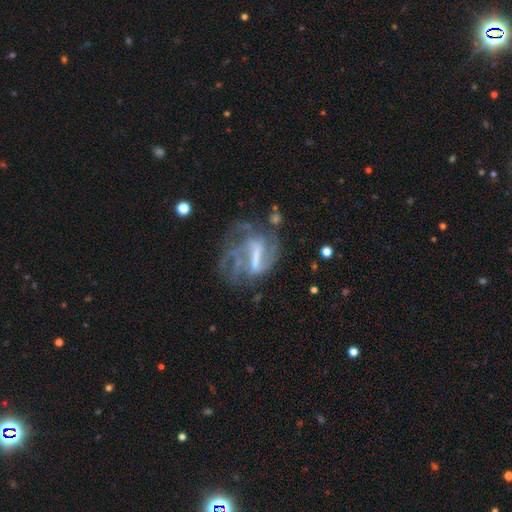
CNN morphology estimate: Q: Smooth or featured?
A: featured or disk (78%); runner-up: smooth (11%)
Q: Edge-on disk?
A: no (95%); runner-up: yes (5%)
Q: Bar?
A: strong (53%); runner-up: weak (33%)
Q: Spiral arms?
A: yes (77%); runner-up: no (23%)
Q: Spiral winding?
A: medium (41%); runner-up: loose (31%)
Q: Spiral arm count?
A: can't tell (37%); runner-up: 2 (26%)
Q: Bulge size?
A: none (42%); runner-up: small (25%)
Q: Merging?
A: none (42%); runner-up: major disturbance (32%)